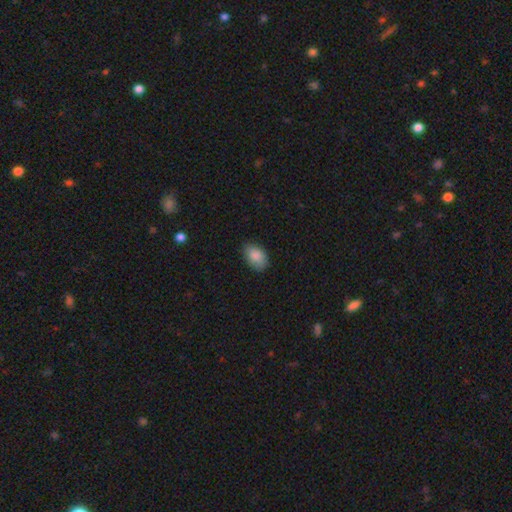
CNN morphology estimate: Smooth or featured: smooth — 87% (star or artifact — 7%)
How rounded: in between — 87% (round — 11%)
Merging: none — 80% (minor disturbance — 16%)